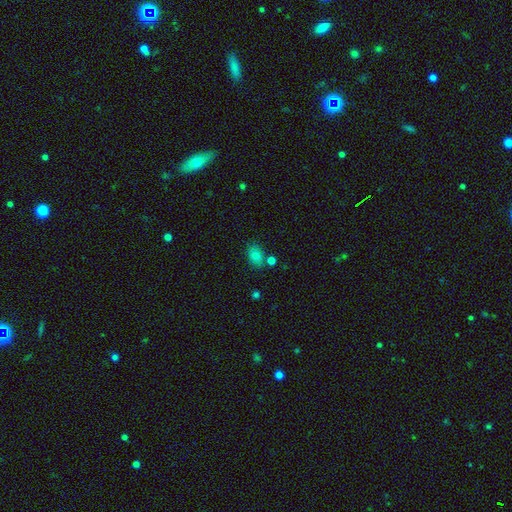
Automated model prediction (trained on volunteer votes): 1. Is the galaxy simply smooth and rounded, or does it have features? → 80% smooth, 12% star or artifact, 8% featured or disk.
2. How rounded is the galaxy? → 78% in between, 20% round, 1% cigar-shaped.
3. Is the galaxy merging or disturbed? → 72% none, 14% minor disturbance, 10% merger, 4% major disturbance.